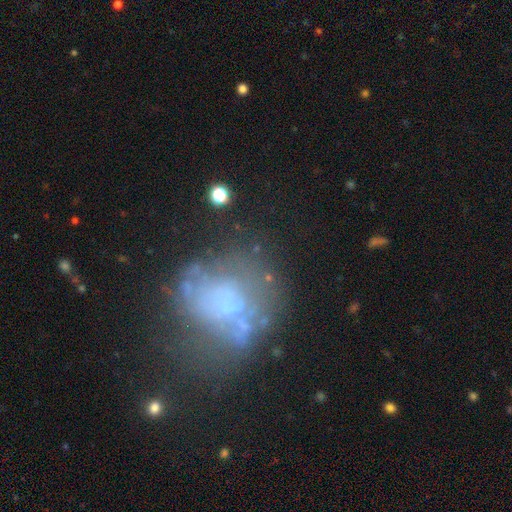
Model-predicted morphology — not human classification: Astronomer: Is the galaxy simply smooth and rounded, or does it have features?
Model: featured or disk — 49% (runner-up: smooth, 32%).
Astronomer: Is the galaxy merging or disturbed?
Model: none — 44% (runner-up: major disturbance, 25%).